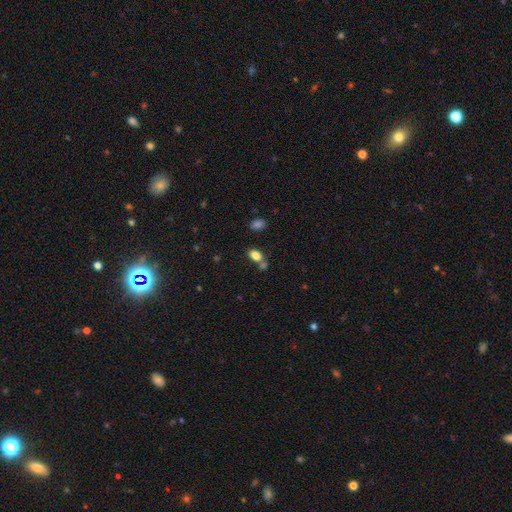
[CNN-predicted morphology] A smooth galaxy with no disk features (82%) that is in between round and cigar-shaped (85%).

Vote fractions:
- Smooth or featured? smooth: 82% / star or artifact: 11% / featured or disk: 7%
- How rounded? in between: 85% / round: 13% / cigar-shaped: 2%
- Merging? none: 55% / merger: 30% / minor disturbance: 11% / major disturbance: 4%